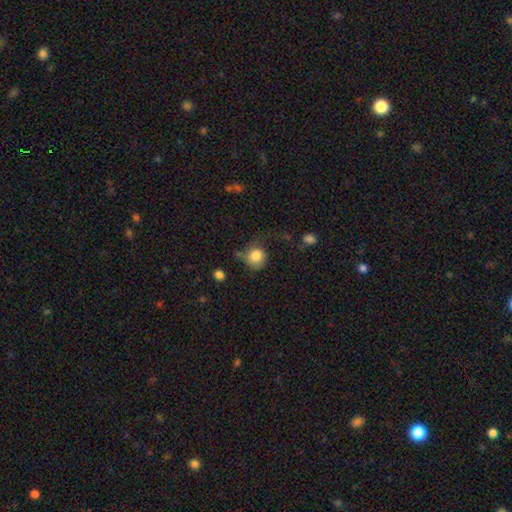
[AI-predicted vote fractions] Smooth or featured?
  - smooth: 82% *
  - star or artifact: 9%
  - featured or disk: 9%
How rounded?
  - round: 83% *
  - in between: 16%
  - cigar-shaped: 1%
Merging?
  - none: 49% *
  - minor disturbance: 27%
  - major disturbance: 18%
  - merger: 5%